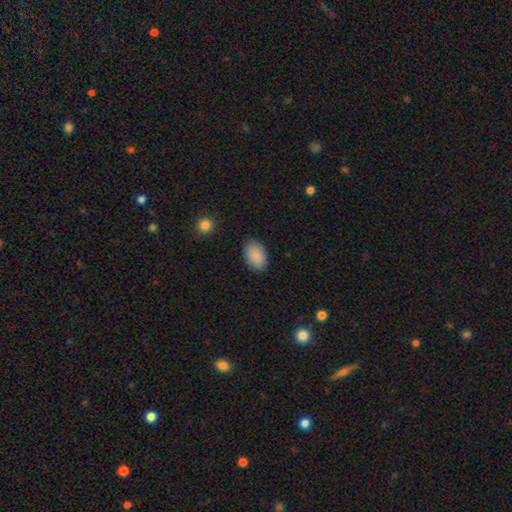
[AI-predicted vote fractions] Morphology: type=smooth (89%); roundness=in between (90%); merging=none (87%).